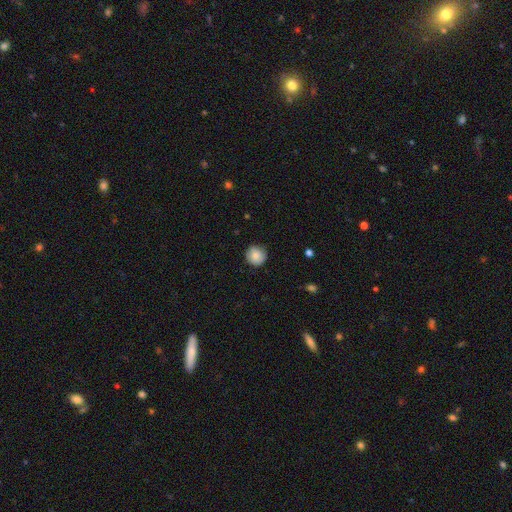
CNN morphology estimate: Smooth or featured? smooth (82%)
How rounded? round (93%)
Merging? none (84%)